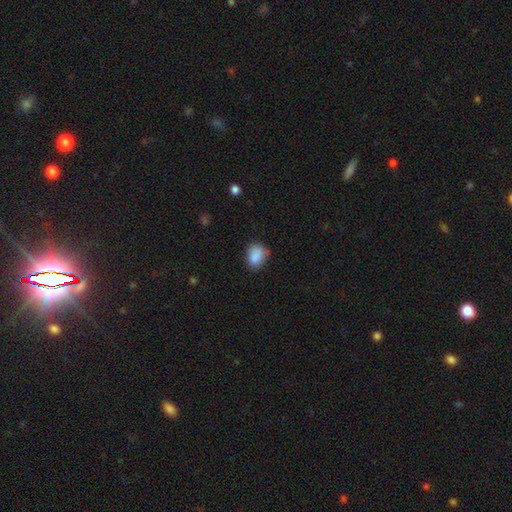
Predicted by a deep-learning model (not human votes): A smooth galaxy with no disk features (86%) that is in between round and cigar-shaped (55%).

Vote fractions:
- Smooth or featured? smooth: 86% / star or artifact: 9% / featured or disk: 5%
- How rounded? in between: 55% / round: 44% / cigar-shaped: 1%
- Merging? none: 65% / minor disturbance: 26% / major disturbance: 5% / merger: 3%